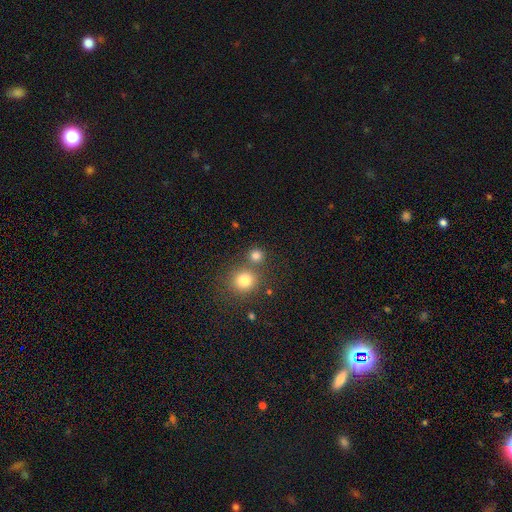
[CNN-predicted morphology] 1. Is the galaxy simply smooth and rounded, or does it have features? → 78% smooth, 15% star or artifact, 6% featured or disk.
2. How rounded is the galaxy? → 89% round, 10% in between, 1% cigar-shaped.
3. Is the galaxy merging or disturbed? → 68% none, 22% merger, 7% minor disturbance, 3% major disturbance.